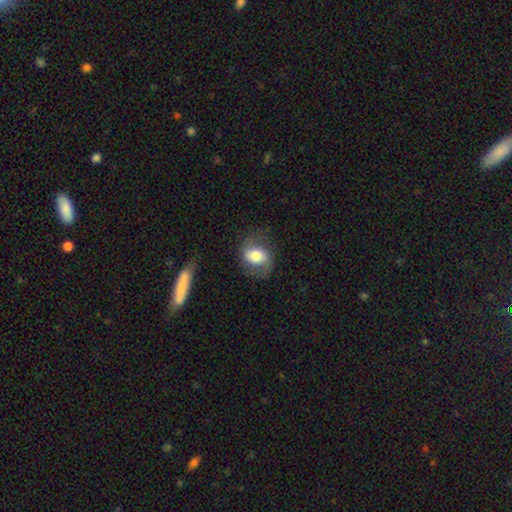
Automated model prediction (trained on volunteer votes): A smooth galaxy with no disk features (54%) that is in between round and cigar-shaped (56%).

Vote fractions:
- Smooth or featured? smooth: 54% / featured or disk: 38% / star or artifact: 8%
- How rounded? in between: 56% / round: 43% / cigar-shaped: 1%
- Merging? none: 65% / minor disturbance: 21% / major disturbance: 12% / merger: 2%